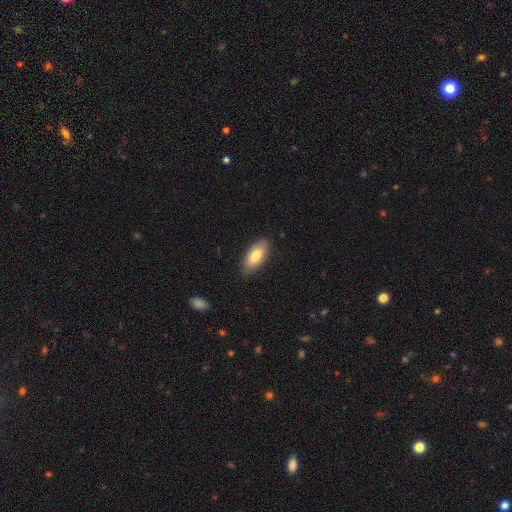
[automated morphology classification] The model was most divided on "smooth or featured": smooth: 81%, featured or disk: 13%, star or artifact: 6%. More confident: how rounded — in between (87%); merging — none (84%).